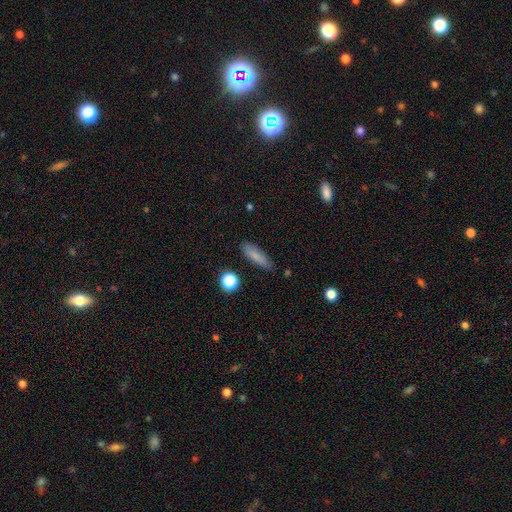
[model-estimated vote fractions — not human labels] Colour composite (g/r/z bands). It shows a smooth galaxy with no disk features (79%) that is cigar-shaped (63%). Merging: none (84%).